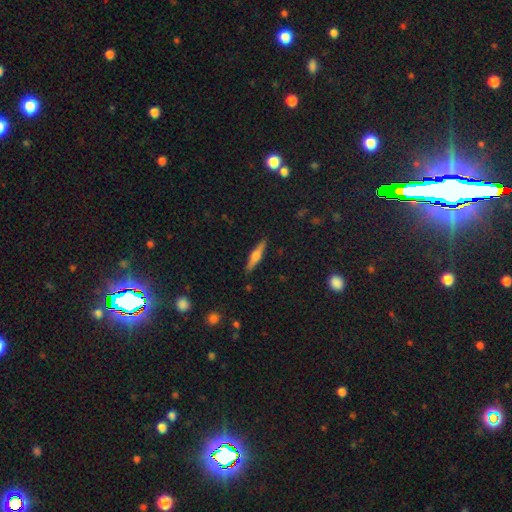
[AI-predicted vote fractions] Smooth or featured: featured or disk — 56% (smooth — 36%)
Edge-on disk: yes — 96% (no — 4%)
Edge-on bulge: rounded — 82% (boxy — 12%)
Merging: none — 89% (minor disturbance — 8%)